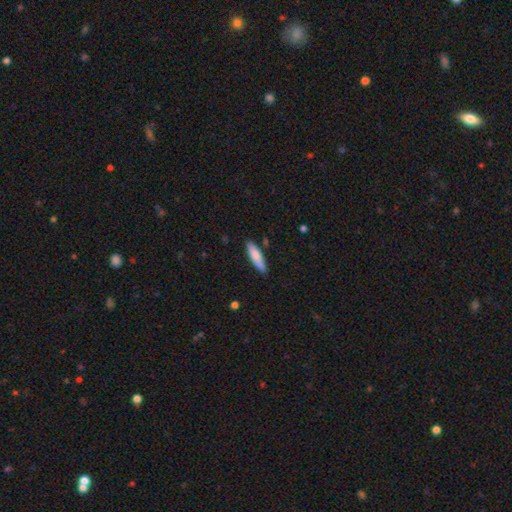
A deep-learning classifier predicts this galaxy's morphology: This is clearly a smooth galaxy (81%). How rounded: likely cigar-shaped (72%). Merging: clearly none (85%).